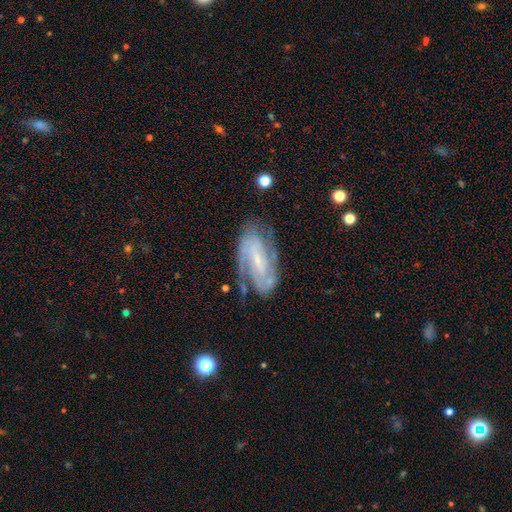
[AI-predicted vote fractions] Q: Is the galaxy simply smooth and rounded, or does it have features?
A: featured or disk — 75%.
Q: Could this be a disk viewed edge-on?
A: no — 93%.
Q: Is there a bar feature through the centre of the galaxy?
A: weak — 41%.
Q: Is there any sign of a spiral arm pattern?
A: yes — 93%.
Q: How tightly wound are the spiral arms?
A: tight — 49%.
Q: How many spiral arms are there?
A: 2 — 52%.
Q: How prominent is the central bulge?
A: small — 63%.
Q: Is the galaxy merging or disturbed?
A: none — 76%.